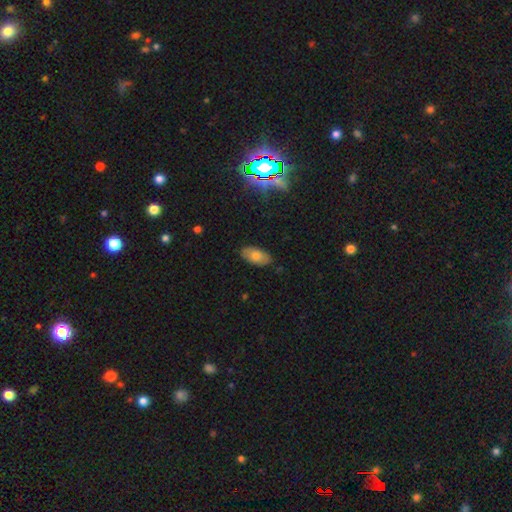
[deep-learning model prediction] This appears to be a smooth galaxy with no disk features (71%) that is in between round and cigar-shaped (94%). Merging: none (85%).